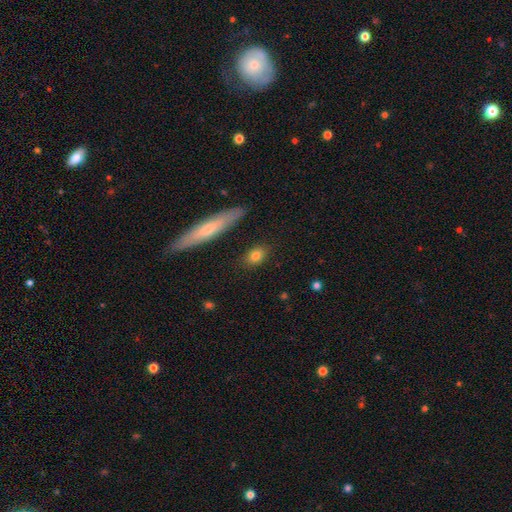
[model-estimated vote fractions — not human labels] Q: Smooth or featured?
A: smooth (78%); runner-up: featured or disk (13%)
Q: How rounded?
A: in between (57%); runner-up: round (31%)
Q: Merging?
A: none (83%); runner-up: minor disturbance (11%)